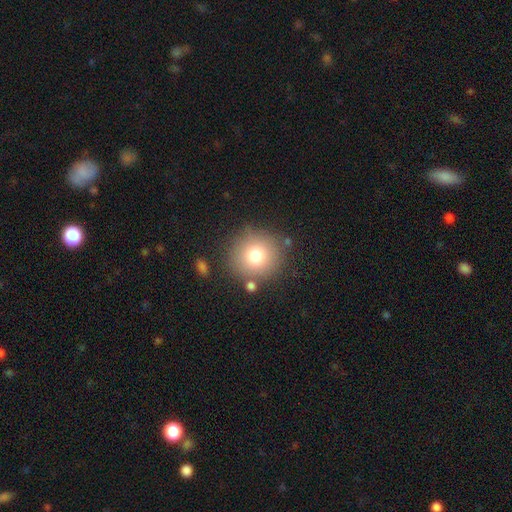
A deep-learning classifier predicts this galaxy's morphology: Smooth or featured? Predicted: smooth (p=0.76). How rounded? Predicted: round (p=0.93). Merging? Predicted: none (p=0.81).